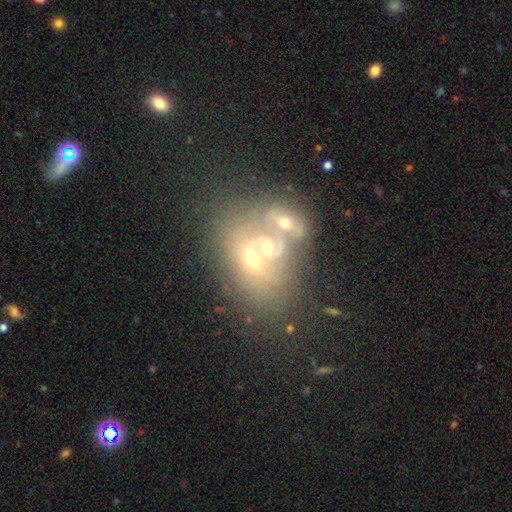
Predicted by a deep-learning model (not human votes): Morphology: type=featured or disk (47%); merging=merger (70%).